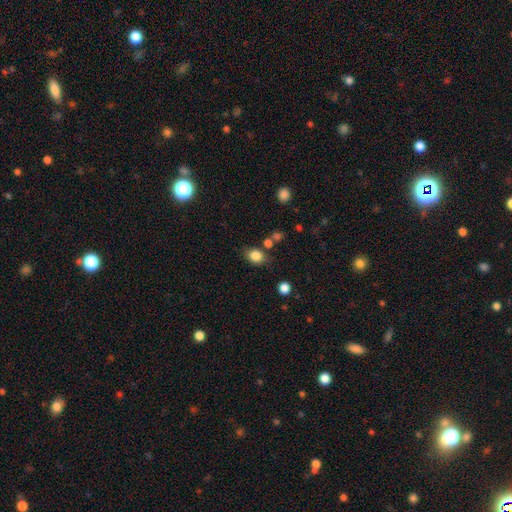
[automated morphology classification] A smooth galaxy with no disk features (84%) that is round (50%).

Vote fractions:
- Smooth or featured? smooth: 84% / star or artifact: 10% / featured or disk: 6%
- How rounded? round: 50% / in between: 49% / cigar-shaped: 1%
- Merging? none: 72% / minor disturbance: 16% / merger: 7% / major disturbance: 5%